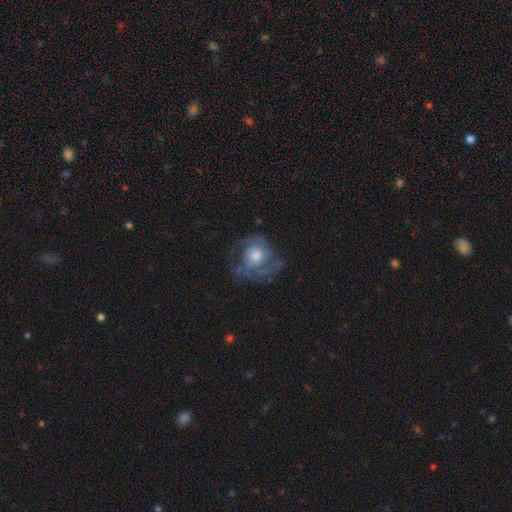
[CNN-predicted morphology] The model was most divided on "spiral winding": medium: 43%, tight: 41%, loose: 16%. Remaining: edge-on disk — no (97%); spiral arms — yes (85%); bar — no (78%); smooth or featured — featured or disk (70%); merging — none (62%); bulge size — moderate (56%); spiral arm count — 2 (49%).